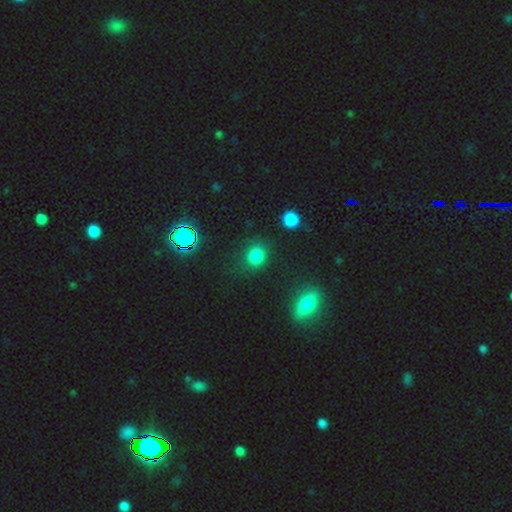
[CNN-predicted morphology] type=smooth (76%); roundness=round (81%); merging=none (83%).